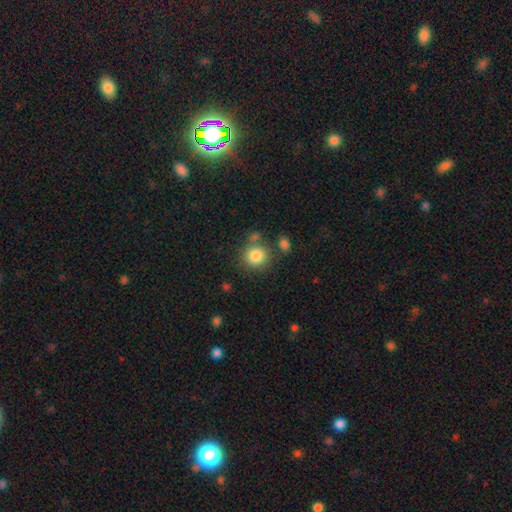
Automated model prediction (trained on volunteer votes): smooth 84%, star or artifact 10%, featured or disk 6%. Down the decision tree: how rounded — round (87%); merging — none (73%).